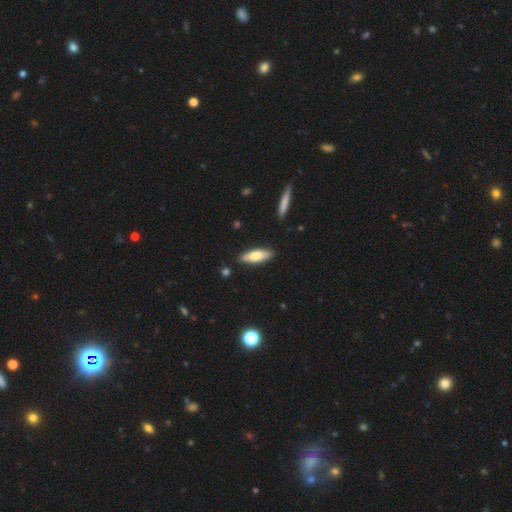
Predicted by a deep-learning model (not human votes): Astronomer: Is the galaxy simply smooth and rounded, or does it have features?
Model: smooth — 71%.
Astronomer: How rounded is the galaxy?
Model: in between — 55% (runner-up: cigar-shaped, 43%).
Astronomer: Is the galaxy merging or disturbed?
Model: none — 86%.